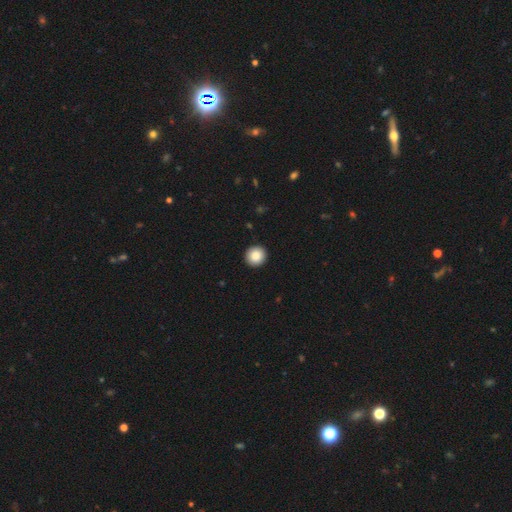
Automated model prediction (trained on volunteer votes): A smooth galaxy with no disk features (87%) that is round (95%).

Vote fractions:
- Smooth or featured? smooth: 87% / star or artifact: 8% / featured or disk: 4%
- How rounded? round: 95% / in between: 4% / cigar-shaped: 1%
- Merging? none: 94% / minor disturbance: 4% / major disturbance: 1% / merger: 1%